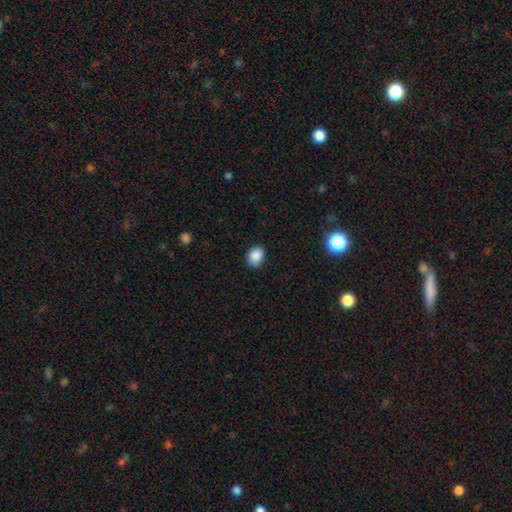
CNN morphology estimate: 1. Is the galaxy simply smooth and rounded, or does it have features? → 88% smooth, 9% star or artifact, 4% featured or disk.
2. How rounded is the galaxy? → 57% in between, 42% round, 1% cigar-shaped.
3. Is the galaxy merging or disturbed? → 84% none, 12% minor disturbance, 2% major disturbance, 1% merger.